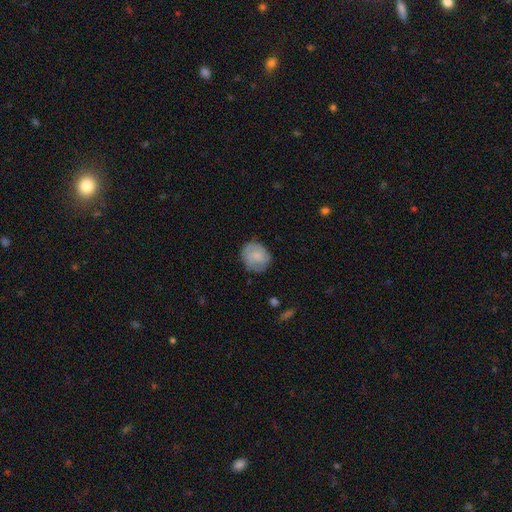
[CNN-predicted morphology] smooth 76%, featured or disk 17%, star or artifact 7%. Down the decision tree: how rounded — round (75%); merging — none (74%).